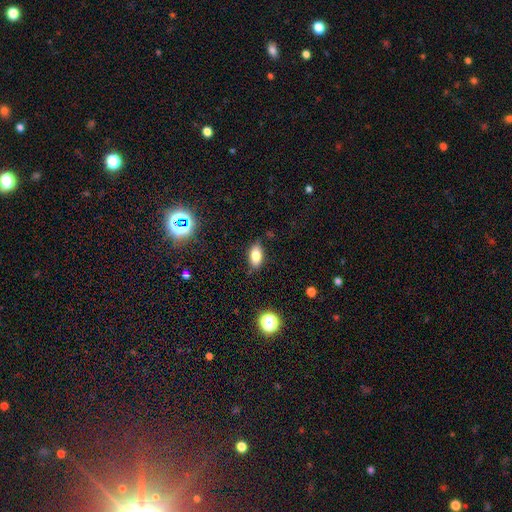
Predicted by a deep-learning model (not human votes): smooth-or-featured: smooth: 75% | featured or disk: 14% | star or artifact: 11%
  how-rounded: in between: 86% | round: 7% | cigar-shaped: 6%
  merging: none: 82% | minor disturbance: 14% | major disturbance: 3% | merger: 2%